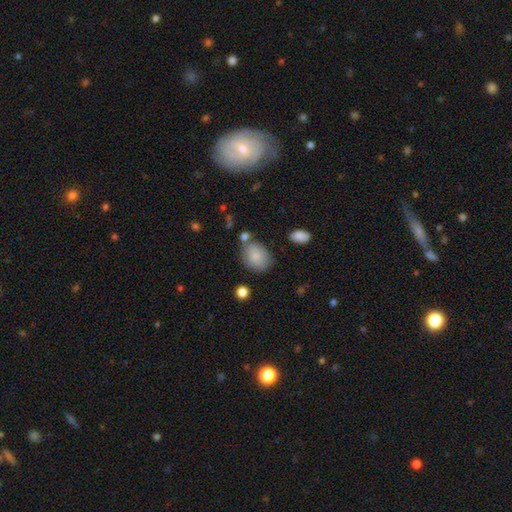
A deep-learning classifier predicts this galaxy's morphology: smooth_or_featured: smooth (p=0.84) [alt: featured or disk p=0.09]
how_rounded: in between (p=0.68) [alt: round p=0.30]
merging: none (p=0.64) [alt: minor disturbance p=0.21]